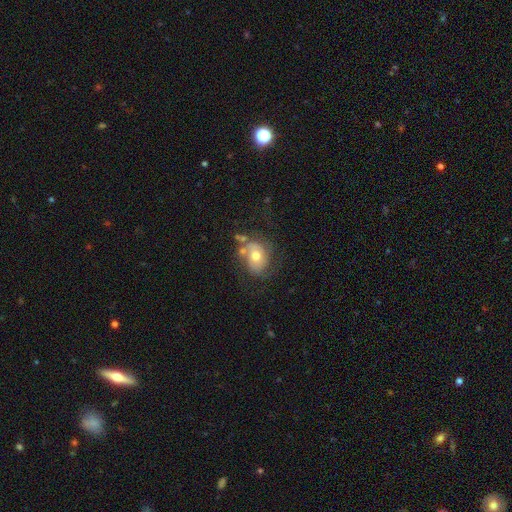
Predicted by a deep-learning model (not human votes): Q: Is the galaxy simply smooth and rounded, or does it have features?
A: smooth — 48%.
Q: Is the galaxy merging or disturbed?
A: none — 47%.